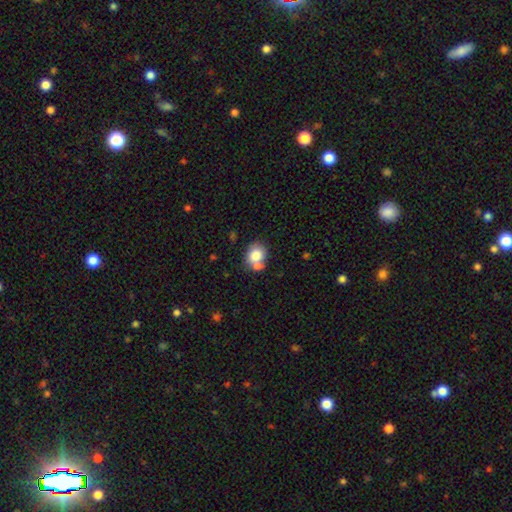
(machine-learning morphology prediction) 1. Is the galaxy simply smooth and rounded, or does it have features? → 79% smooth, 12% featured or disk, 9% star or artifact.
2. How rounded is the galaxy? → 58% round, 41% in between, 1% cigar-shaped.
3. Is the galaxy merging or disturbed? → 48% none, 34% merger, 13% minor disturbance, 5% major disturbance.